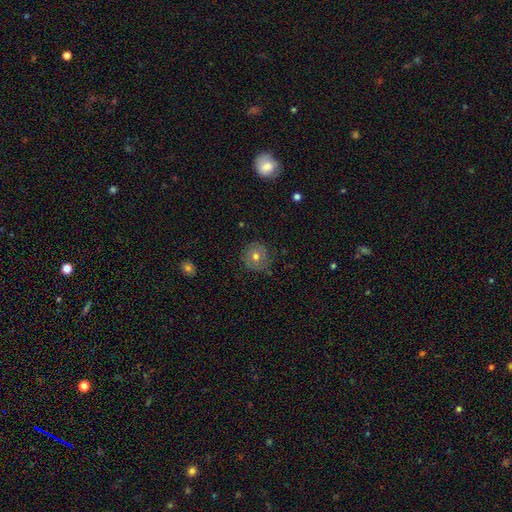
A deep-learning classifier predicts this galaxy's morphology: This appears to be a smooth galaxy with no disk features (55%) that is round (93%). Merging: none (85%).